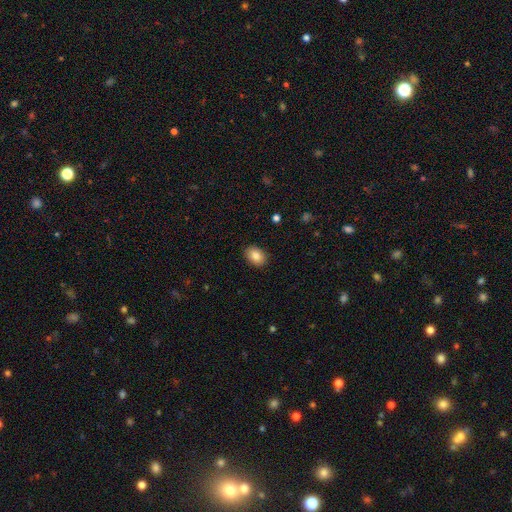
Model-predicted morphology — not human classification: This is clearly a smooth galaxy (86%). How rounded: likely in between (77%). Merging: clearly none (88%).